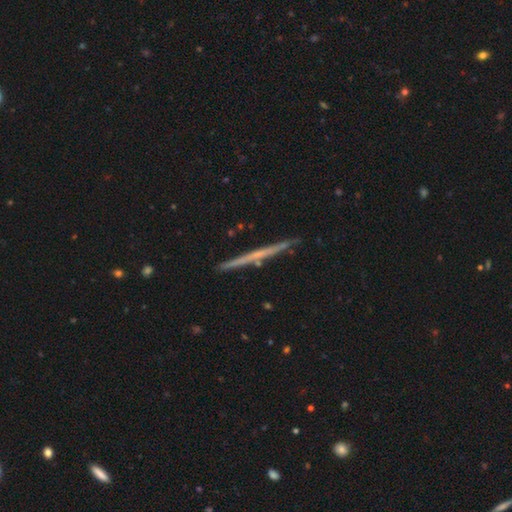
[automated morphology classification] Smooth or featured? featured or disk (63%)
Edge-on disk? yes (98%)
Edge-on bulge? none (85%)
Merging? none (90%)